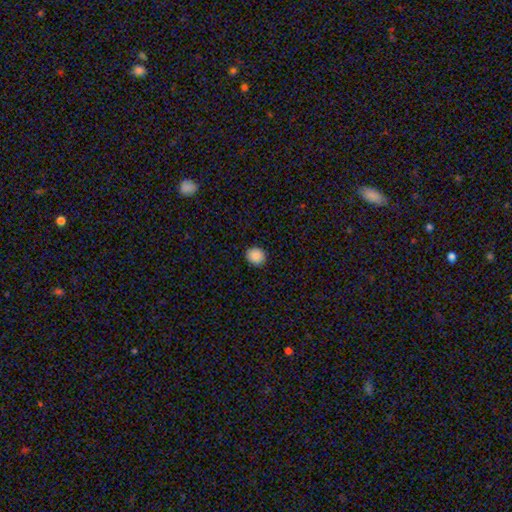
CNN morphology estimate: The model was most divided on "how rounded": round: 82%, in between: 17%, cigar-shaped: 1%. More confident: merging — none (91%); smooth or featured — smooth (89%).